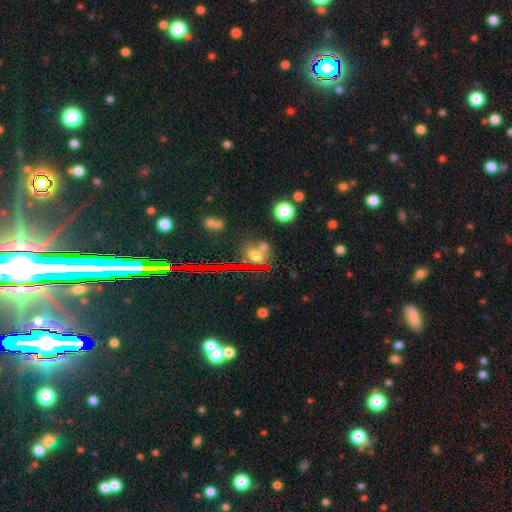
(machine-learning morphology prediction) Q: Smooth or featured?
A: smooth (49%); runner-up: star or artifact (37%)
Q: Merging?
A: none (53%); runner-up: merger (31%)